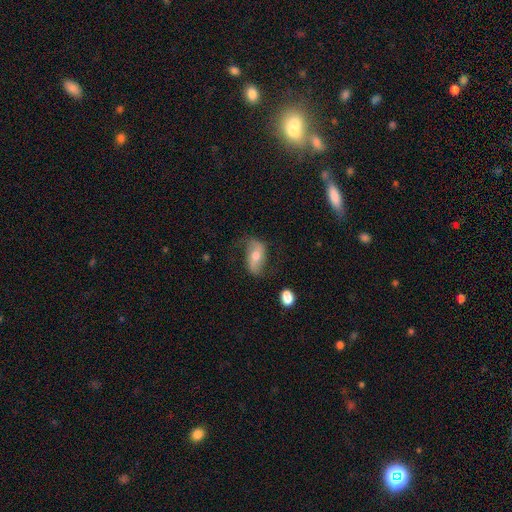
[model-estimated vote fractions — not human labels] Overall: featured or disk (60%; smooth 33%). Edge-on disk: no (92%). Bar: no (40%; weak 34%). Spiral arms: yes (85%). Bulge size: moderate (67%). Merging: none (62%; minor disturbance 23%).